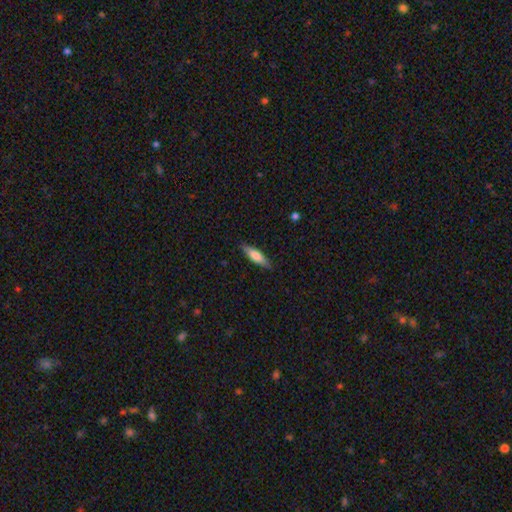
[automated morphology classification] type=smooth (66%); roundness=cigar-shaped (67%); merging=none (88%).